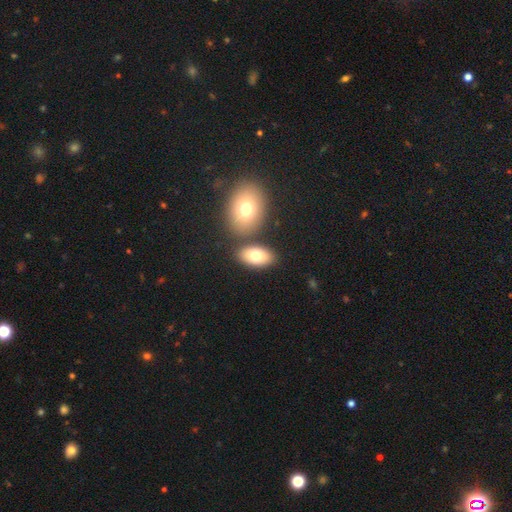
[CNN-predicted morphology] Smooth or featured?
  - smooth: 76% *
  - featured or disk: 16%
  - star or artifact: 8%
How rounded?
  - in between: 91% *
  - round: 6%
  - cigar-shaped: 2%
Merging?
  - none: 73% *
  - merger: 14%
  - minor disturbance: 9%
  - major disturbance: 3%